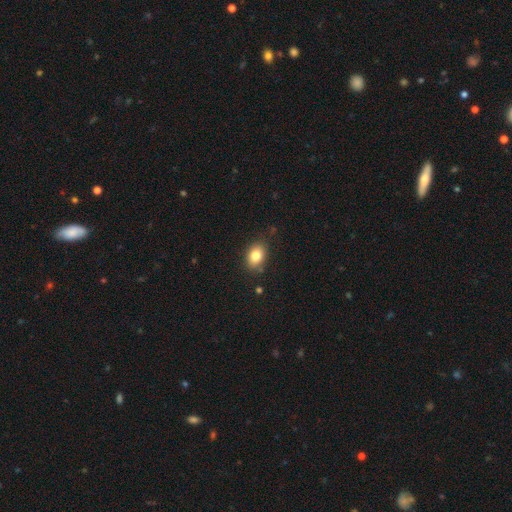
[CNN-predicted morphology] smooth 82%, star or artifact 9%, featured or disk 9%. Down the decision tree: how rounded — in between (75%); merging — none (83%).